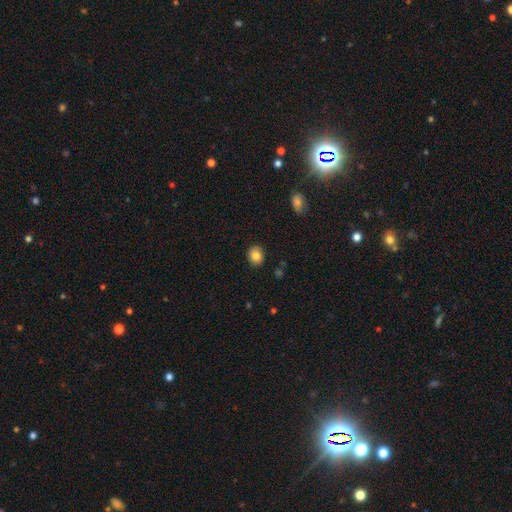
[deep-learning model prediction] Q: Smooth or featured?
A: smooth (85%); runner-up: star or artifact (9%)
Q: How rounded?
A: round (60%); runner-up: in between (39%)
Q: Merging?
A: none (89%); runner-up: minor disturbance (8%)